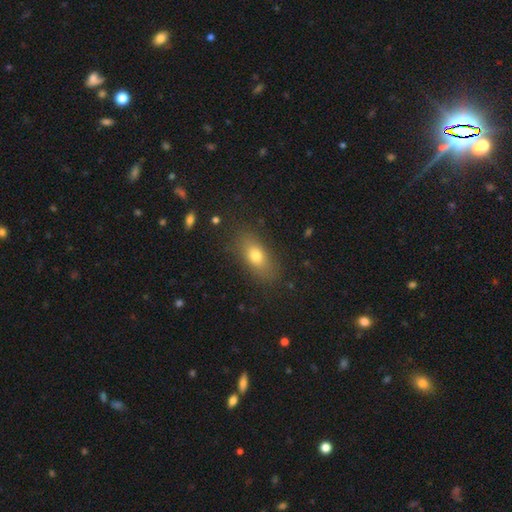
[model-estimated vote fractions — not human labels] A smooth galaxy with no disk features (74%) that is in between round and cigar-shaped (76%). Merging: none (82%).